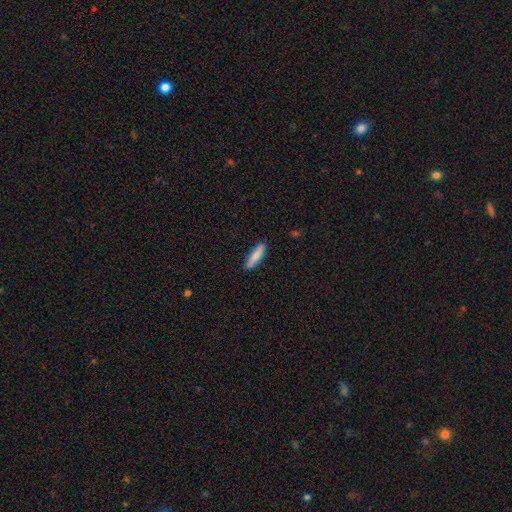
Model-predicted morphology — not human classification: This is clearly a smooth galaxy (81%). How rounded: likely cigar-shaped (78%). Merging: clearly none (86%).